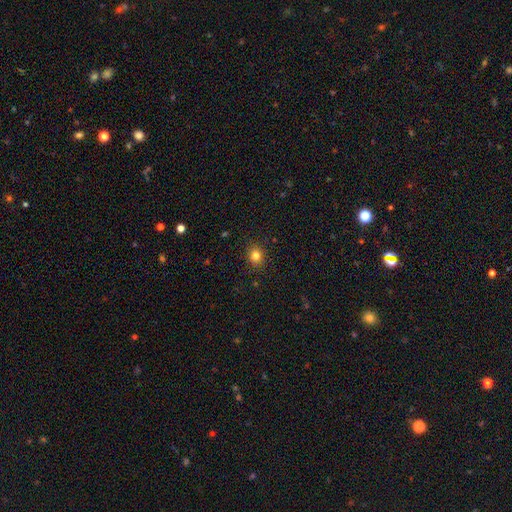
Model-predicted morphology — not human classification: This appears to be a smooth galaxy with no disk features (82%) that is round (71%). Merging: none (90%).